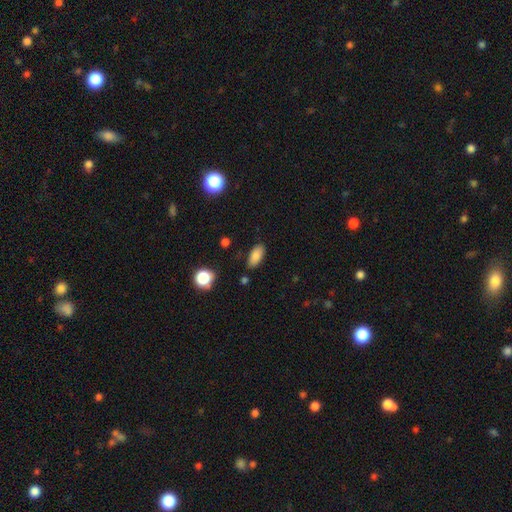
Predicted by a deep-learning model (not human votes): Morphology: type=smooth (85%); roundness=in between (88%); merging=none (83%).